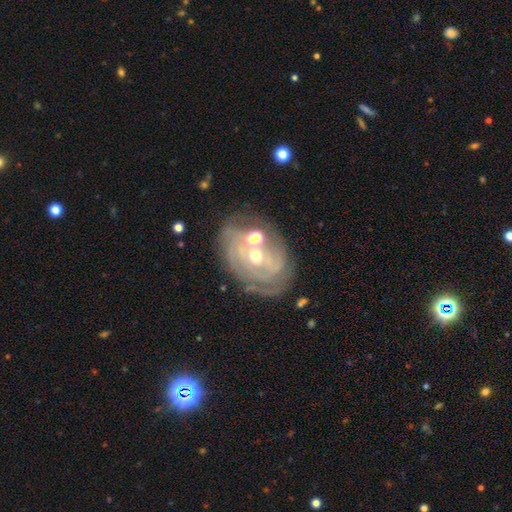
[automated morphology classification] Smooth or featured? featured or disk (76%)
Edge-on disk? no (96%)
Bar? no (65%)
Spiral arms? yes (77%)
Spiral winding? tight (68%)
Spiral arm count? can't tell (44%)
Bulge size? moderate (54%)
Merging? none (60%)